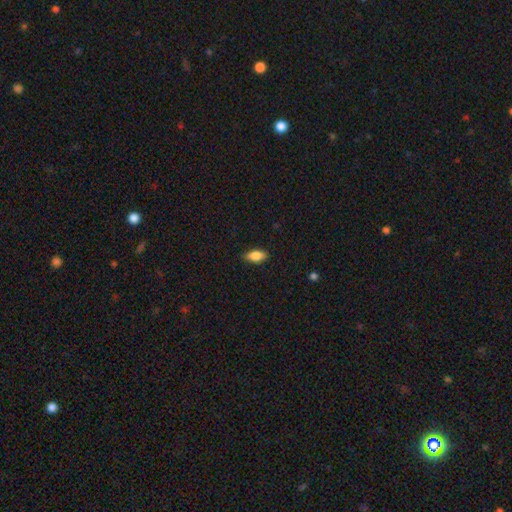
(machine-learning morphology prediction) Smooth or featured?
  - smooth: 77% *
  - featured or disk: 15%
  - star or artifact: 8%
How rounded?
  - in between: 85% *
  - cigar-shaped: 10%
  - round: 5%
Merging?
  - none: 82% *
  - minor disturbance: 14%
  - major disturbance: 3%
  - merger: 1%